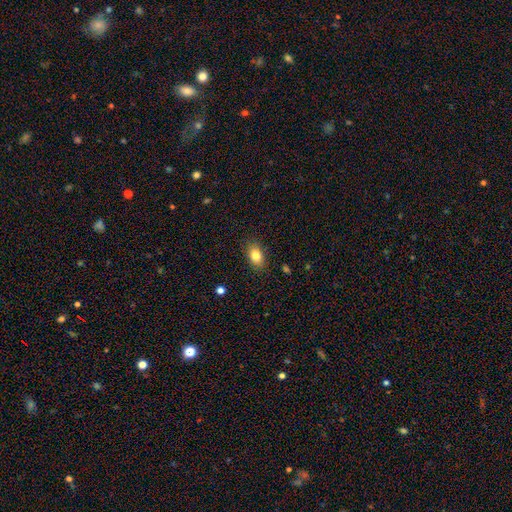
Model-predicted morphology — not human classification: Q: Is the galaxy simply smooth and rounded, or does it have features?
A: smooth — 83%.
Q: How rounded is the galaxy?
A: in between — 87%.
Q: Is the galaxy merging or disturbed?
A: none — 87%.